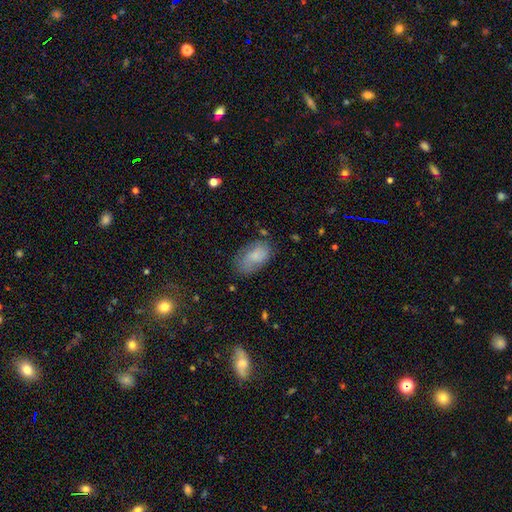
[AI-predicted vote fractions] A smooth galaxy with no disk features (73%) that is in between round and cigar-shaped (91%). Merging: none (63%).